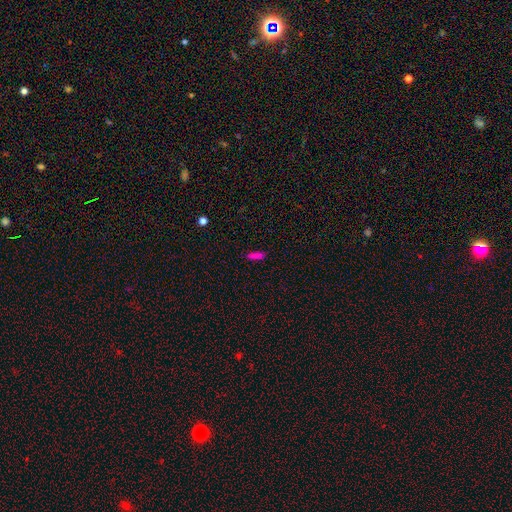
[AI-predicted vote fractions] Smooth or featured: smooth — 80% (star or artifact — 13%)
How rounded: cigar-shaped — 68% (in between — 30%)
Merging: none — 86% (minor disturbance — 10%)